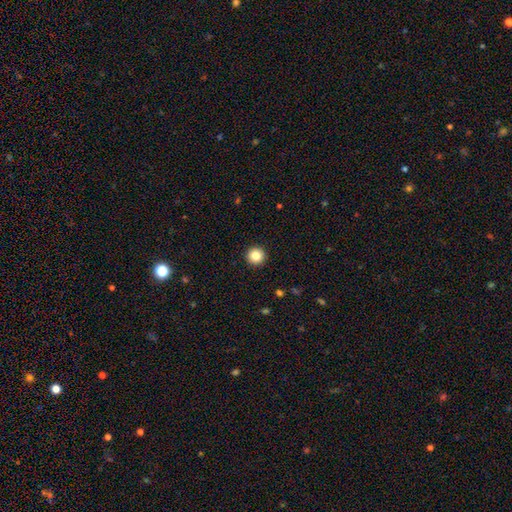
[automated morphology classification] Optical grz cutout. It shows a smooth galaxy with no disk features (84%) that is round (96%). Merging: none (94%).